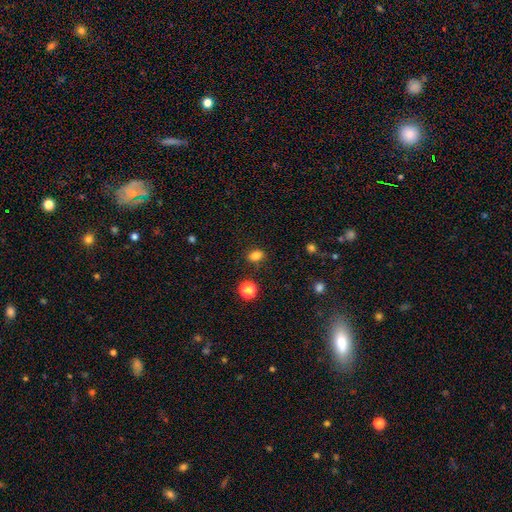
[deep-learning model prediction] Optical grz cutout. It shows a smooth galaxy with no disk features (83%) that is in between round and cigar-shaped (71%). Merging: none (83%).